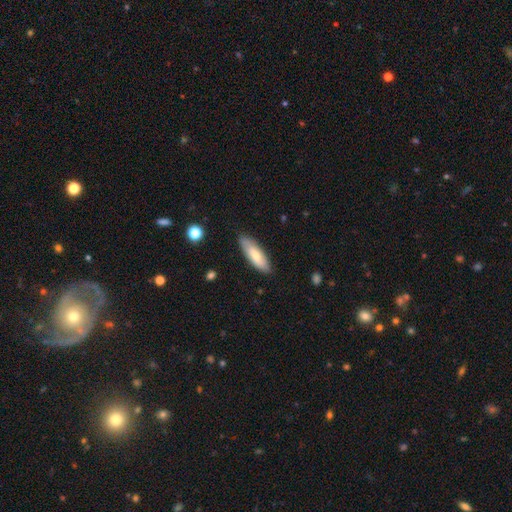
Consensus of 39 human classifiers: Overall: smooth (69%). How rounded: cigar-shaped (56%; in between 41%). Merging: none (84%).